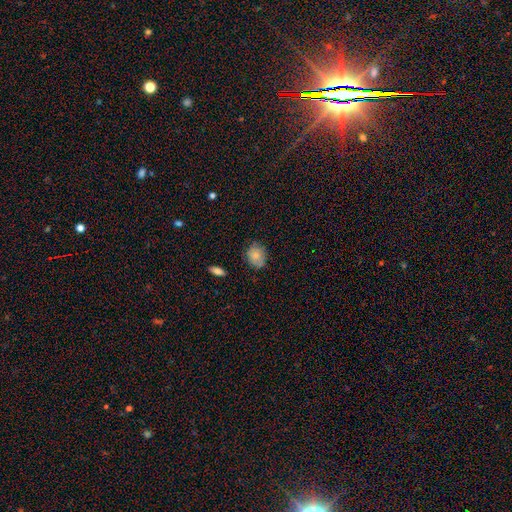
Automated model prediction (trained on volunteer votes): Smooth or featured? smooth (79%)
How rounded? round (57%)
Merging? none (74%)